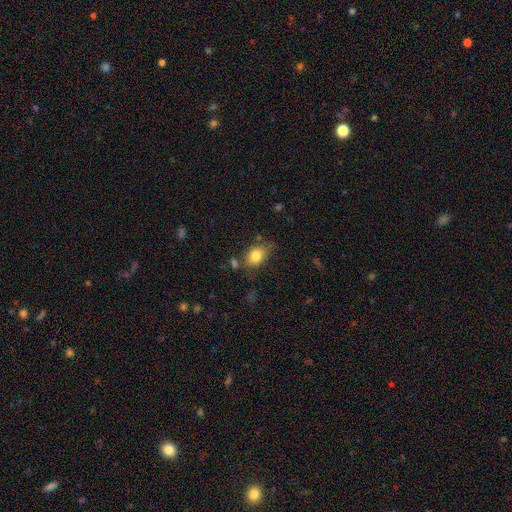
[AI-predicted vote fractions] The model was most divided on "merging": none: 58%, minor disturbance: 26%, major disturbance: 8%, merger: 8%. More confident: smooth or featured — smooth (81%); how rounded — in between (75%).